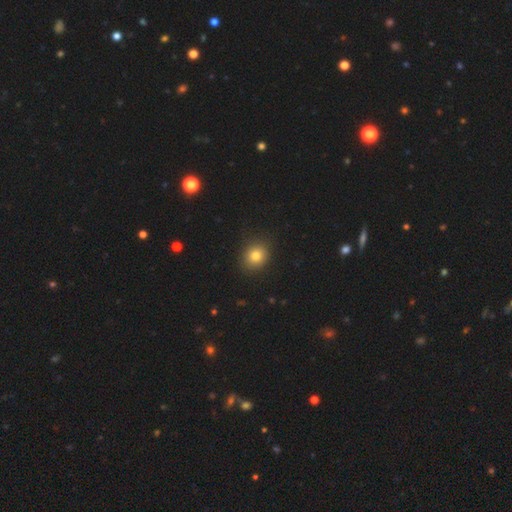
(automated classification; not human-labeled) Overall: smooth (80%). How rounded: round (70%). Merging: none (88%).